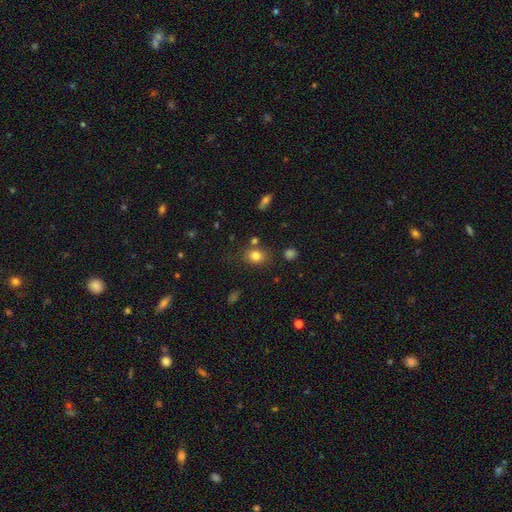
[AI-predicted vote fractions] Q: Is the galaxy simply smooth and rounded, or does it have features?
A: smooth — 81%.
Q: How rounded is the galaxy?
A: round — 51%.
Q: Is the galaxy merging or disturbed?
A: none — 75%.